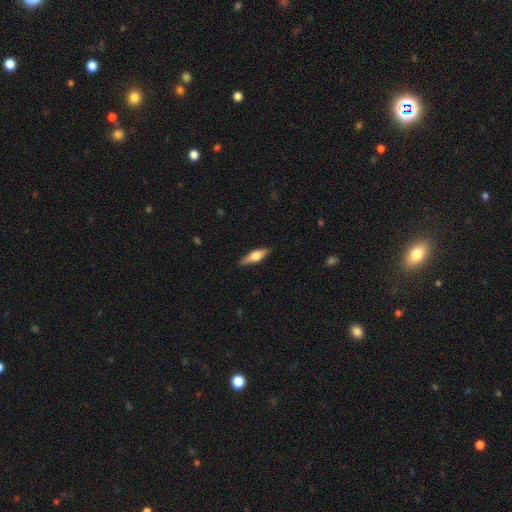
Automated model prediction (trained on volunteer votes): Overall: featured or disk (54%; smooth 41%). Edge-on disk: yes (94%). Edge-on bulge: rounded (93%). Merging: none (89%).